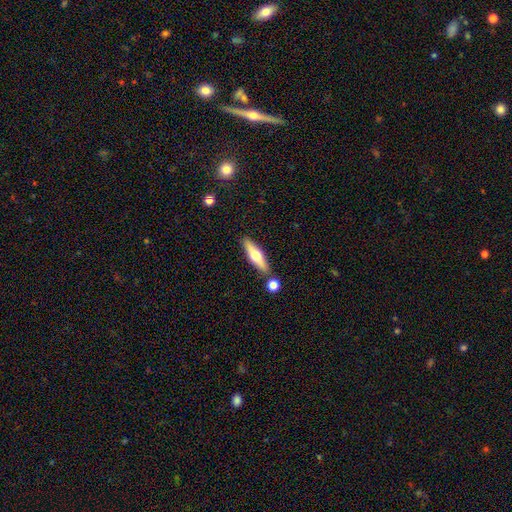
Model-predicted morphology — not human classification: smooth_or_featured: smooth (p=0.47) [tied with: featured or disk p=0.47]
merging: none (p=0.81) [alt: minor disturbance p=0.09]